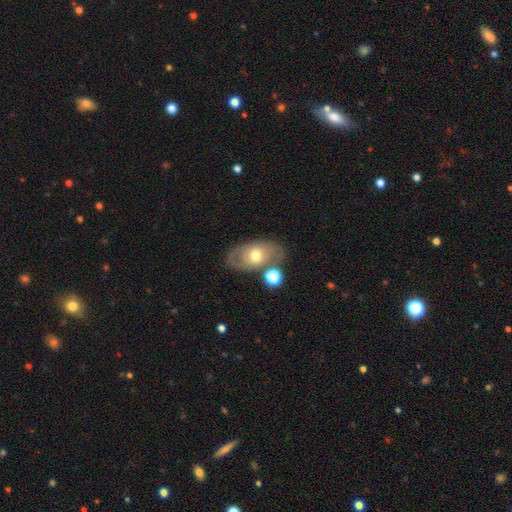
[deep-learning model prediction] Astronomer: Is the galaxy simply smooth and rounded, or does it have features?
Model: smooth — 48% (runner-up: featured or disk, 43%).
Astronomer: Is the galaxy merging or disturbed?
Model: none — 65%.